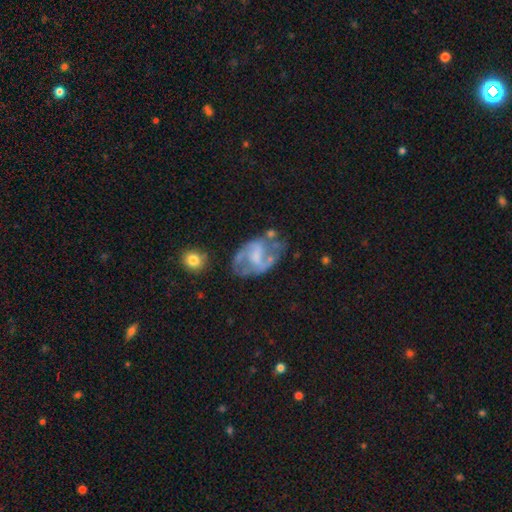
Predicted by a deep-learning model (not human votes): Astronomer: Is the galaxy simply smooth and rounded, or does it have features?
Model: featured or disk — 75%.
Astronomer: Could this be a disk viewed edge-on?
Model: no — 97%.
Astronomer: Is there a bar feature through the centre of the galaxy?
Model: weak — 49% (runner-up: no, 34%).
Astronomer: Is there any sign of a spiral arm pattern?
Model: yes — 76%.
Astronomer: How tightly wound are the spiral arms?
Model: medium — 48% (runner-up: loose, 35%).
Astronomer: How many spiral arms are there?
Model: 2 — 75%.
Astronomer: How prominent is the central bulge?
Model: small — 35% (runner-up: moderate, 31%).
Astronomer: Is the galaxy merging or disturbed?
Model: none — 49%.